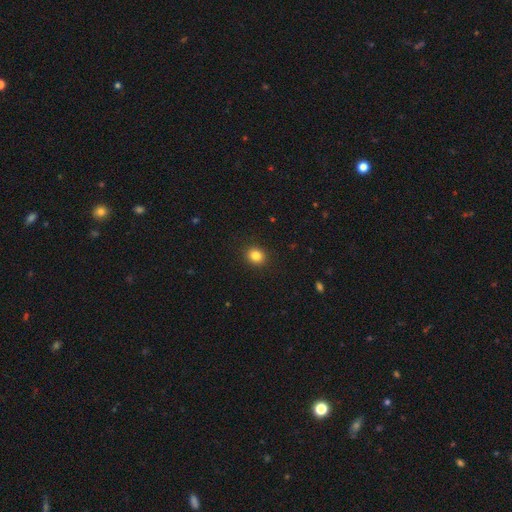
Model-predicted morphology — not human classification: The model was most divided on "how rounded": round: 76%, in between: 23%, cigar-shaped: 1%. More confident: merging — none (91%); smooth or featured — smooth (84%).